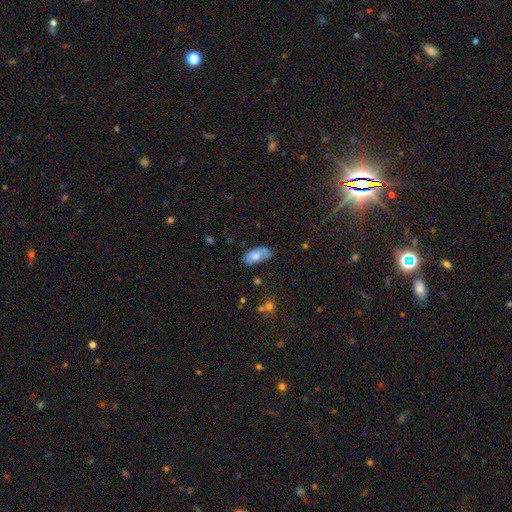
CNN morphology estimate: type=smooth (65%); roundness=in between (91%); merging=none (57%).